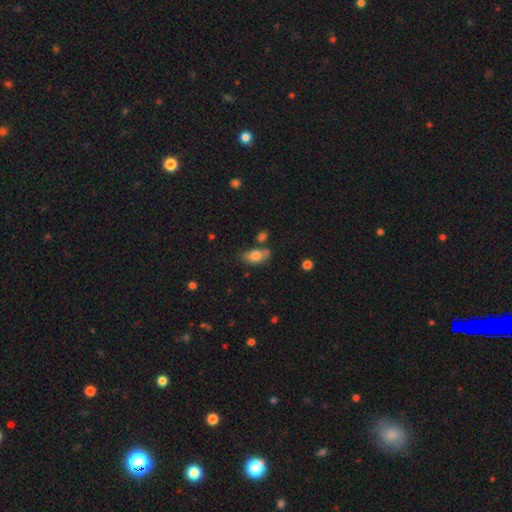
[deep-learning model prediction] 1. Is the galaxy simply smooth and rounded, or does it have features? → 77% smooth, 15% featured or disk, 8% star or artifact.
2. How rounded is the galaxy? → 88% in between, 8% round, 5% cigar-shaped.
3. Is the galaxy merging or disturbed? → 57% none, 21% minor disturbance, 15% merger, 7% major disturbance.